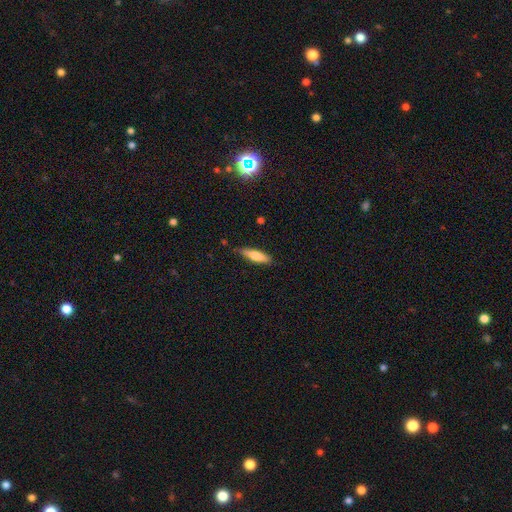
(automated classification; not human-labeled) smooth 72%, featured or disk 22%, star or artifact 6%. Down the decision tree: how rounded — cigar-shaped (64%); merging — none (79%).